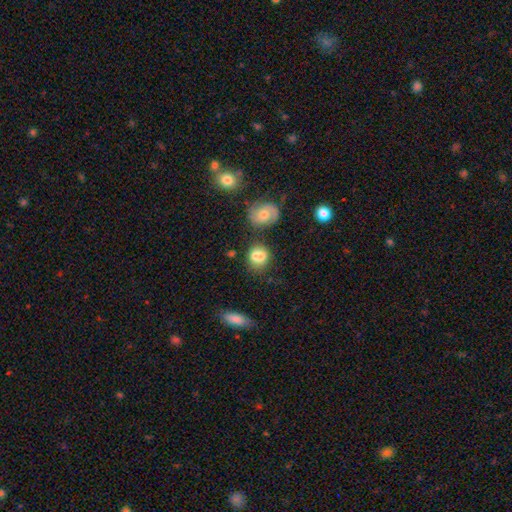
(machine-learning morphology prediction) A smooth galaxy with no disk features (78%) that is round (58%).

Vote fractions:
- Smooth or featured? smooth: 78% / featured or disk: 12% / star or artifact: 10%
- How rounded? round: 58% / in between: 41% / cigar-shaped: 2%
- Merging? none: 52% / merger: 22% / minor disturbance: 19% / major disturbance: 7%